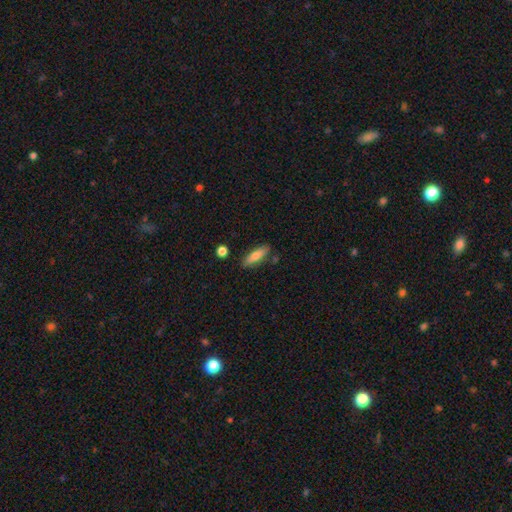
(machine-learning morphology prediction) Smooth or featured? smooth (70%)
How rounded? cigar-shaped (57%)
Merging? none (82%)